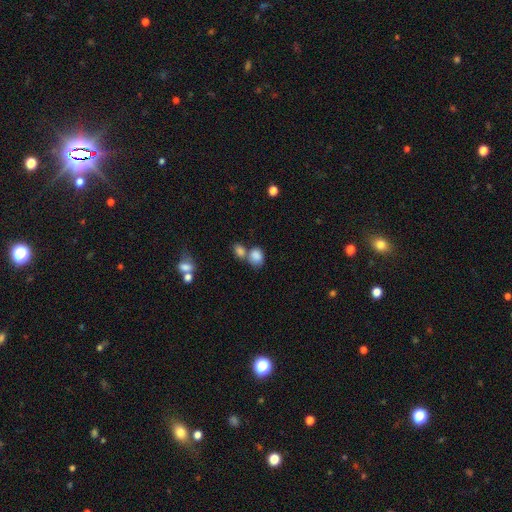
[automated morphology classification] Smooth or featured? Predicted: smooth (p=0.84). How rounded? Predicted: in between (p=0.62). Merging? Predicted: merger (p=0.48).